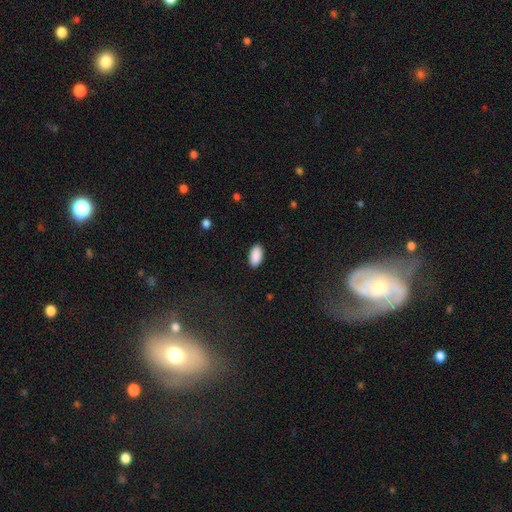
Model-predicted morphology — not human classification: Smooth or featured? Predicted: smooth (p=0.91). How rounded? Predicted: in between (p=0.95). Merging? Predicted: none (p=0.90).